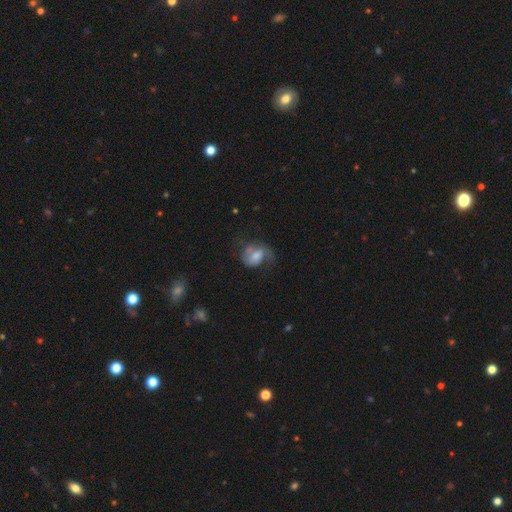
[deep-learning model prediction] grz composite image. It shows a featured or disk galaxy (51%). Merging: none (37%).